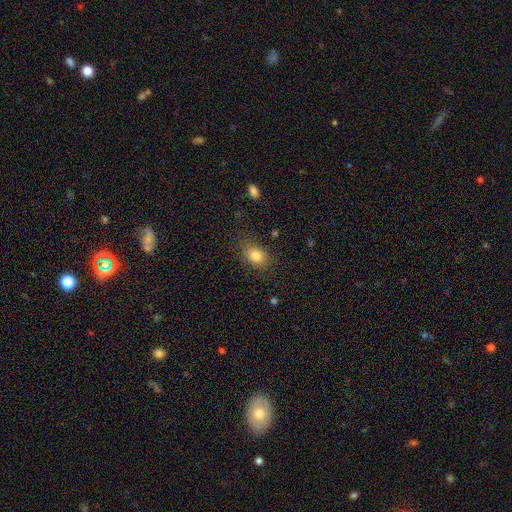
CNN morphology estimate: A smooth galaxy with no disk features (82%) that is in between round and cigar-shaped (68%). Merging: none (79%).